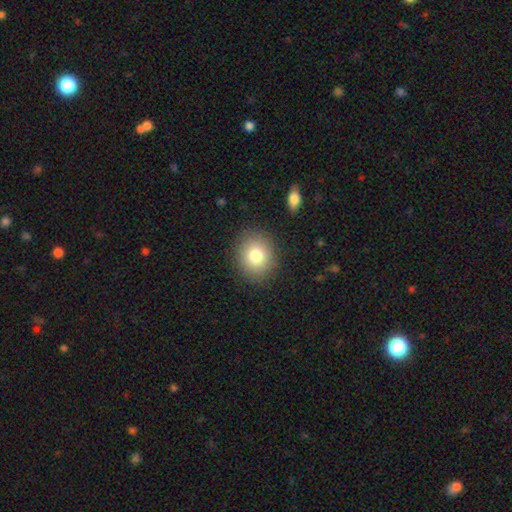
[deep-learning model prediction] smooth_or_featured: smooth (p=0.80) [alt: featured or disk p=0.10]
how_rounded: round (p=0.68) [alt: in between p=0.31]
merging: none (p=0.88) [alt: minor disturbance p=0.08]